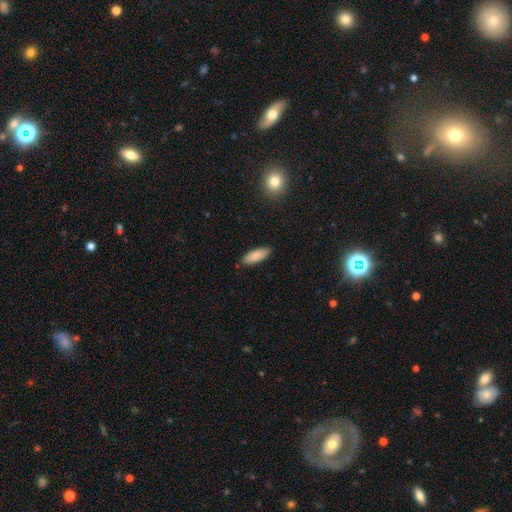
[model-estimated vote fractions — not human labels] Morphology: type=smooth (88%); roundness=in between (69%); merging=none (87%).